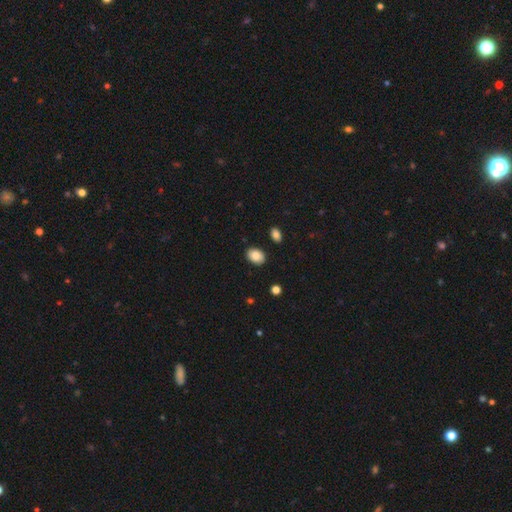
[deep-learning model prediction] smooth 87%, star or artifact 7%, featured or disk 5%. Down the decision tree: how rounded — in between (80%); merging — none (86%).